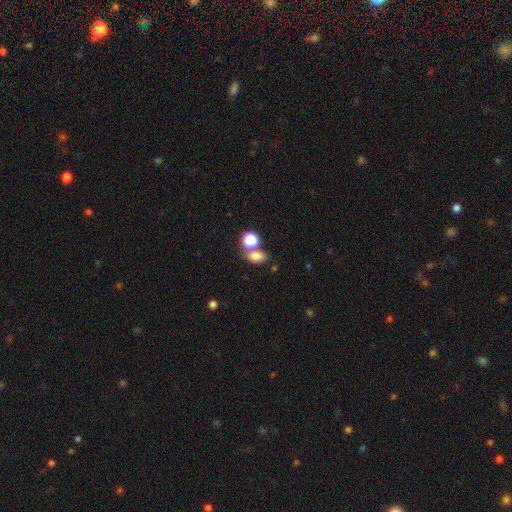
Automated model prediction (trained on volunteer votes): This appears to be a smooth galaxy with no disk features (80%) that is in between round and cigar-shaped (76%). Merging: none (53%).